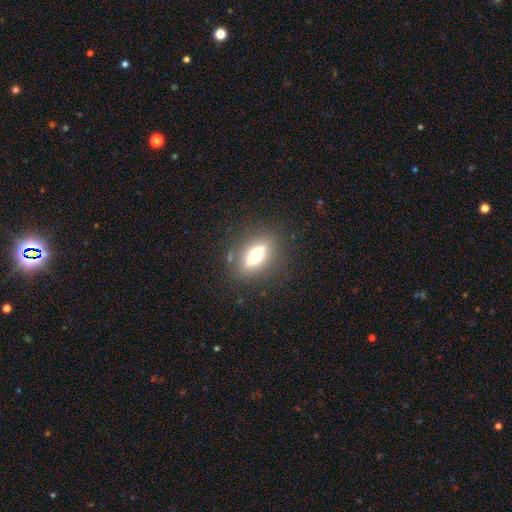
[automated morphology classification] Smooth or featured: smooth — 51% (featured or disk — 40%)
How rounded: in between — 57% (cigar-shaped — 37%)
Merging: none — 83% (minor disturbance — 11%)